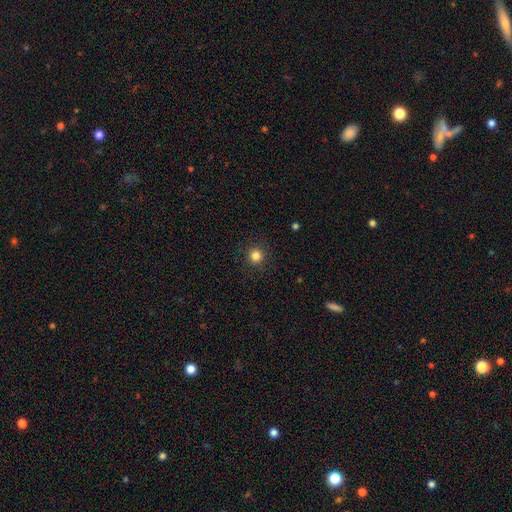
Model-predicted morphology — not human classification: A smooth galaxy with no disk features (83%) that is round (95%).

Vote fractions:
- Smooth or featured? smooth: 83% / star or artifact: 13% / featured or disk: 4%
- How rounded? round: 95% / in between: 4% / cigar-shaped: 1%
- Merging? none: 91% / minor disturbance: 6% / major disturbance: 2% / merger: 1%